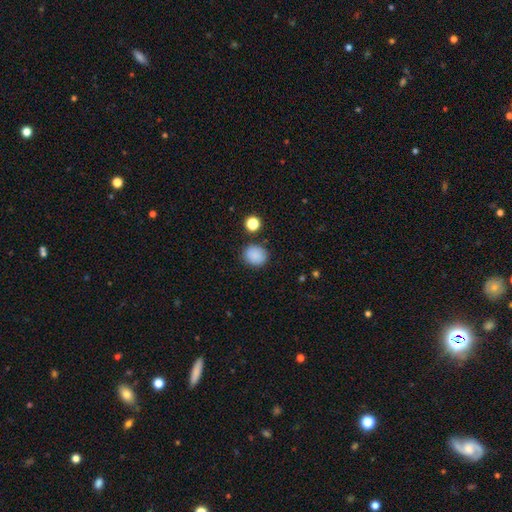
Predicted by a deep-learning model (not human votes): Q: Smooth or featured?
A: smooth (86%); runner-up: star or artifact (10%)
Q: How rounded?
A: round (72%); runner-up: in between (27%)
Q: Merging?
A: none (83%); runner-up: minor disturbance (10%)